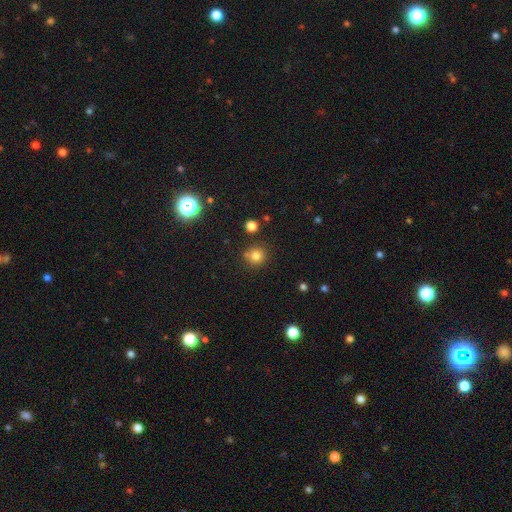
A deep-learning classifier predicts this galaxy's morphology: Q: Smooth or featured?
A: smooth (79%); runner-up: star or artifact (14%)
Q: How rounded?
A: round (90%); runner-up: in between (9%)
Q: Merging?
A: none (74%); runner-up: minor disturbance (11%)